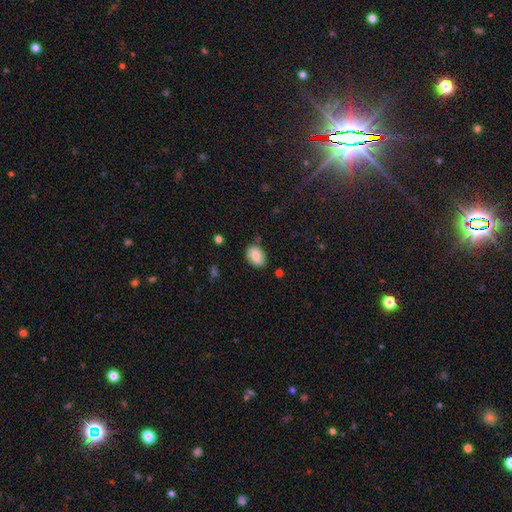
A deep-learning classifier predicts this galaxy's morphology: type=smooth (75%); roundness=in between (83%); merging=none (78%).